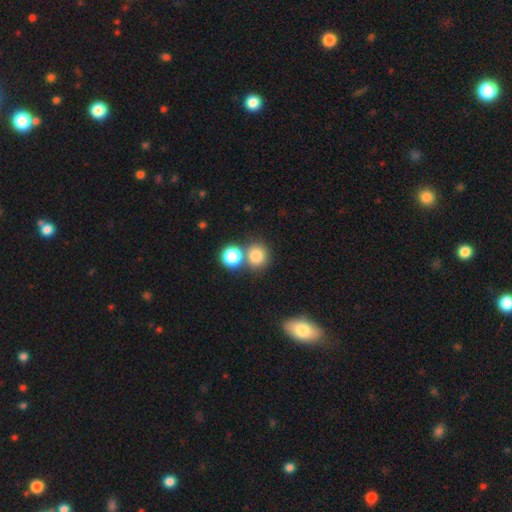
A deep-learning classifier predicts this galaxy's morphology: Q: Smooth or featured?
A: smooth (81%); runner-up: star or artifact (12%)
Q: How rounded?
A: round (87%); runner-up: in between (12%)
Q: Merging?
A: none (56%); runner-up: merger (33%)